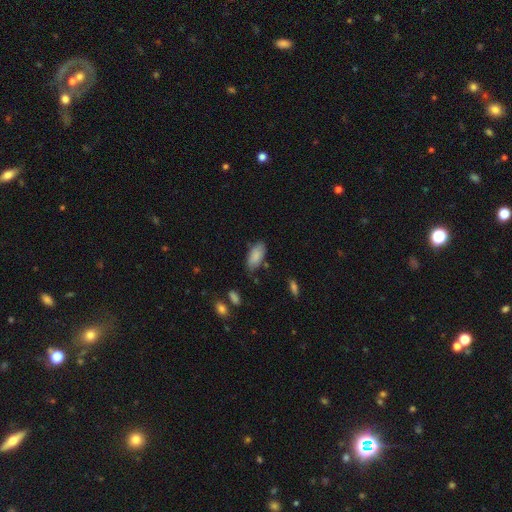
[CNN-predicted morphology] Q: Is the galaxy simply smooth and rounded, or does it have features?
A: smooth — 86%.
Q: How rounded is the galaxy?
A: in between — 91%.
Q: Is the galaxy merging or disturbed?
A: none — 75%.